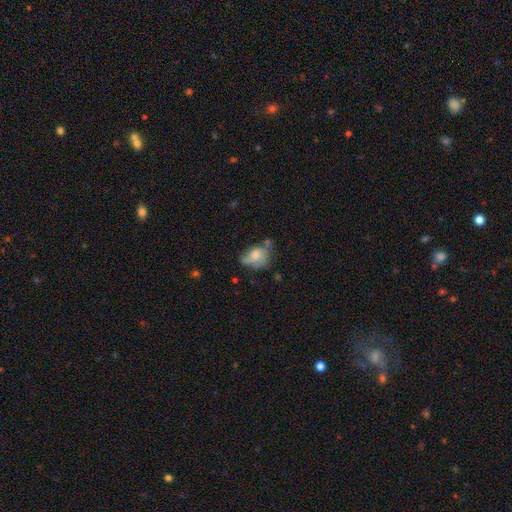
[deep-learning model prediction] Morphology: type=smooth (58%); roundness=in between (71%); merging=none (30%, tied with minor disturbance).